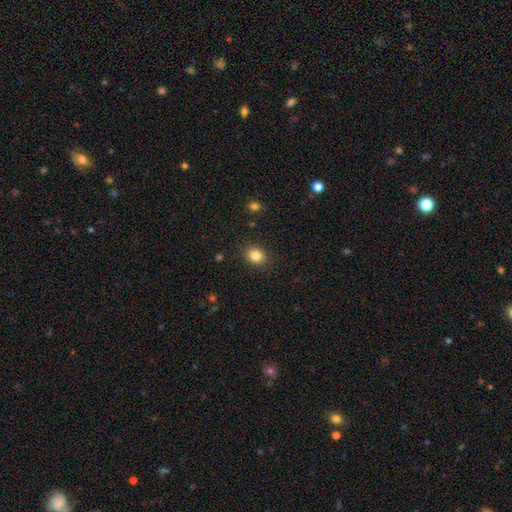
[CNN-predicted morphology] A smooth galaxy with no disk features (83%) that is round (64%).

Vote fractions:
- Smooth or featured? smooth: 83% / star or artifact: 11% / featured or disk: 6%
- How rounded? round: 64% / in between: 35% / cigar-shaped: 1%
- Merging? none: 90% / minor disturbance: 7% / major disturbance: 2% / merger: 1%